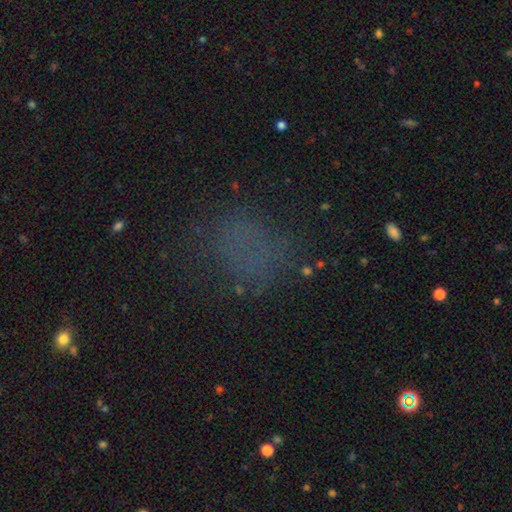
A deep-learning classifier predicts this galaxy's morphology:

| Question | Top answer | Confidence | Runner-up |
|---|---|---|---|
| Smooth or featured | smooth | 52% | star or artifact (35%) |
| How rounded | round | 55% | in between (43%) |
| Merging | none | 67% | minor disturbance (16%) |